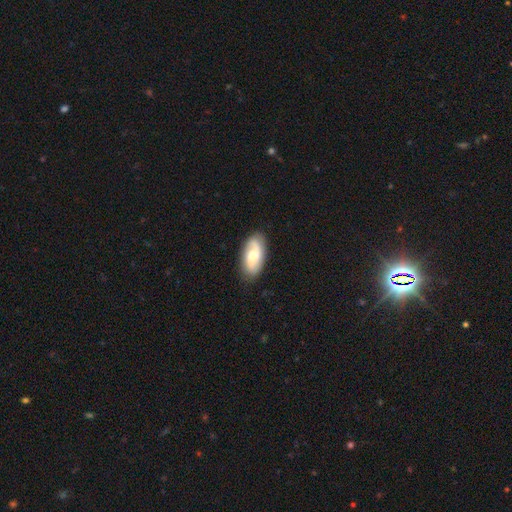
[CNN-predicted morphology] This appears to be a featured or disk galaxy (55%) with no bar (56%), spiral arms (88%) and a moderate central bulge (52%). Merging: none (82%).